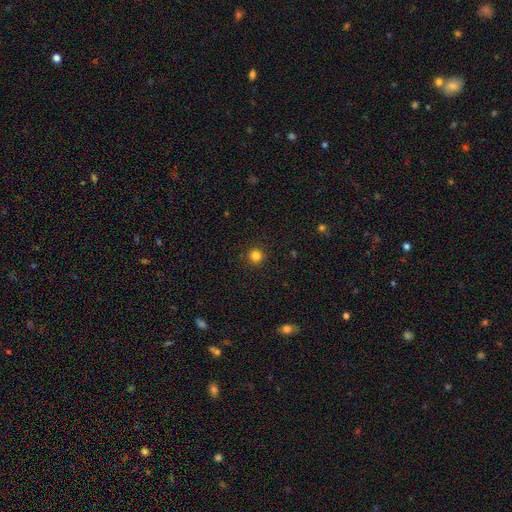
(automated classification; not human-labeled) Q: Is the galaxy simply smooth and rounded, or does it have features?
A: smooth — 82%.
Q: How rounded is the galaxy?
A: round — 95%.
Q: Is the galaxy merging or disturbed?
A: none — 92%.